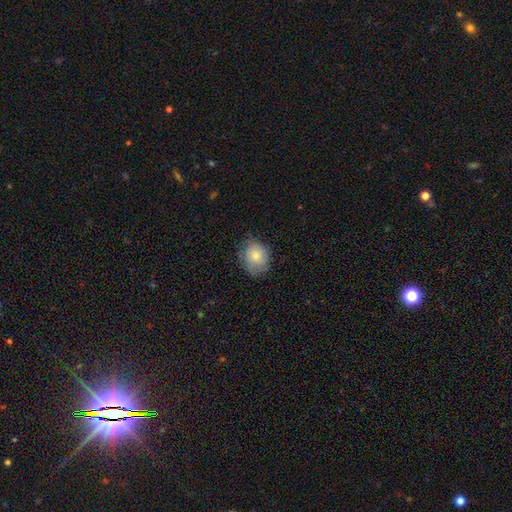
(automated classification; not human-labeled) Smooth or featured?
  - smooth: 77% *
  - featured or disk: 15%
  - star or artifact: 7%
How rounded?
  - round: 59% *
  - in between: 40%
  - cigar-shaped: 1%
Merging?
  - none: 67% *
  - minor disturbance: 25%
  - major disturbance: 7%
  - merger: 1%